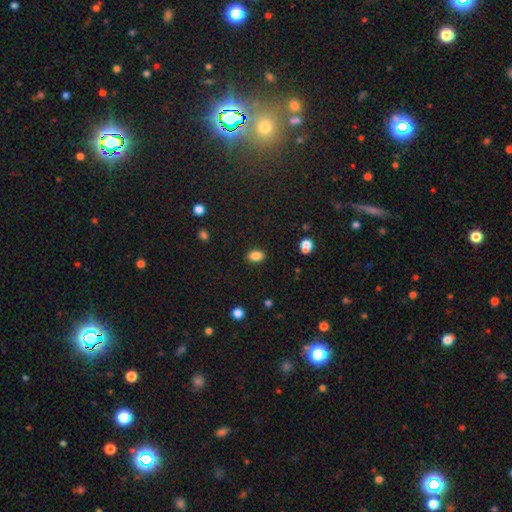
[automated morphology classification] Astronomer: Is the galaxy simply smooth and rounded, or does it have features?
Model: smooth — 86%.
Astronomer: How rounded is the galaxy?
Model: in between — 81%.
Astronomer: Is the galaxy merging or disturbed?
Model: none — 88%.